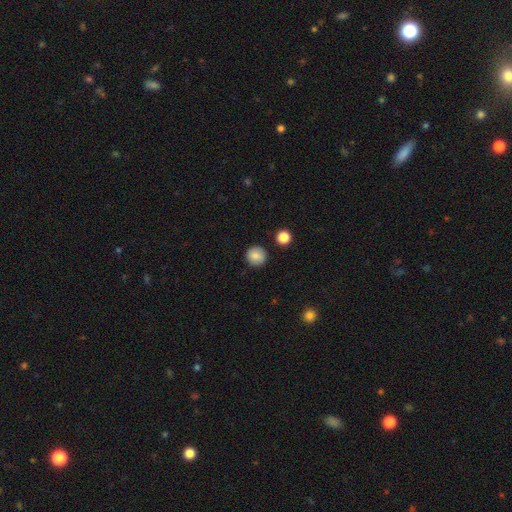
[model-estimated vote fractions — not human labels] smooth 84%, star or artifact 9%, featured or disk 8%. Down the decision tree: how rounded — round (94%); merging — none (90%).